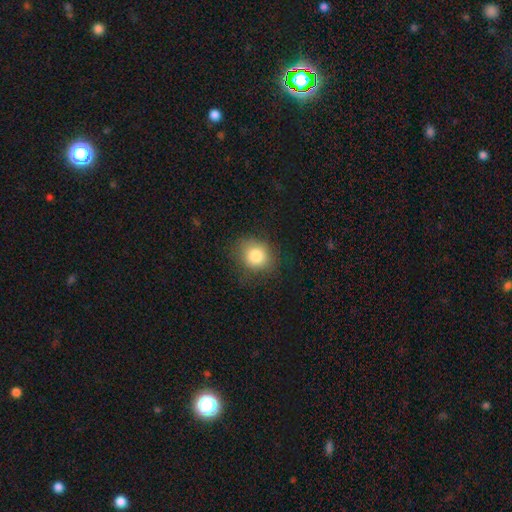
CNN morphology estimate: A smooth galaxy with no disk features (82%) that is round (72%). Merging: none (77%).